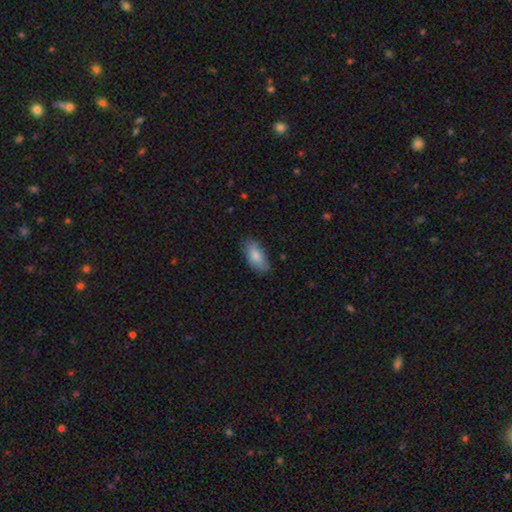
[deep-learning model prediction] A smooth galaxy with no disk features (81%) that is in between round and cigar-shaped (91%).

Vote fractions:
- Smooth or featured? smooth: 81% / featured or disk: 13% / star or artifact: 6%
- How rounded? in between: 91% / cigar-shaped: 7% / round: 3%
- Merging? none: 78% / minor disturbance: 17% / major disturbance: 3% / merger: 1%